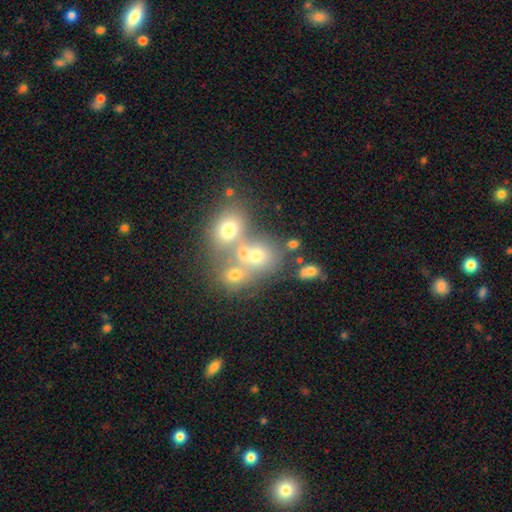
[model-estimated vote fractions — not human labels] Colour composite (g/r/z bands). It shows a smooth galaxy with no disk features (63%) that is round (65%). Merging: merger (48%).